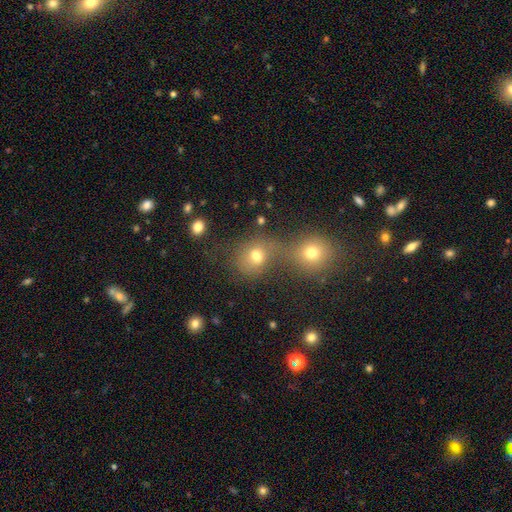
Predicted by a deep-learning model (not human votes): Smooth or featured?
  - smooth: 71% *
  - star or artifact: 17%
  - featured or disk: 12%
How rounded?
  - round: 70% *
  - in between: 29%
  - cigar-shaped: 1%
Merging?
  - merger: 54% *
  - none: 34%
  - minor disturbance: 7%
  - major disturbance: 5%